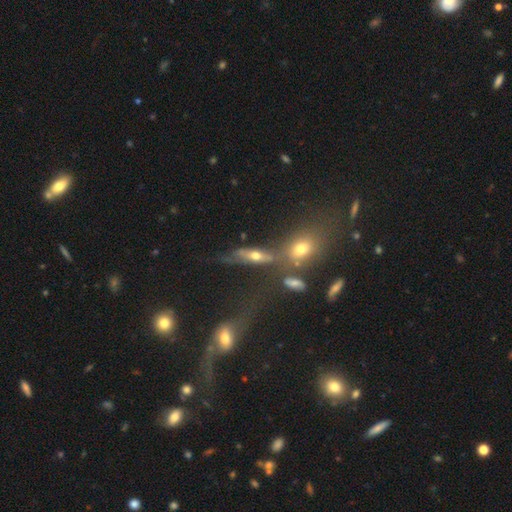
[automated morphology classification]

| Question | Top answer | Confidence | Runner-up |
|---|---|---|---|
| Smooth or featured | smooth | 44% | featured or disk (41%) |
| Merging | none | 38% | merger (27%) |